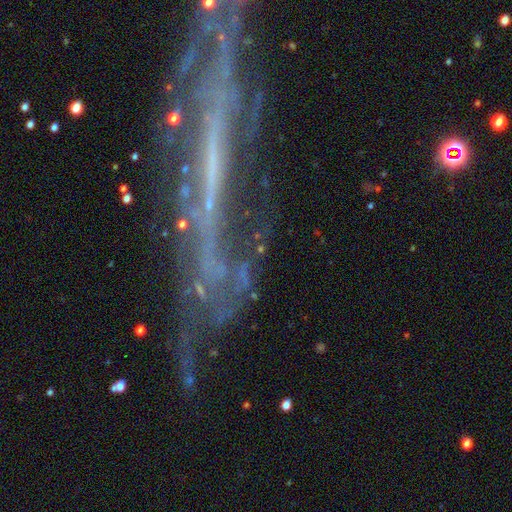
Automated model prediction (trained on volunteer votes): This is likely a featured or disk galaxy (75%). It is possibly not viewed edge-on (57%). Merging: possibly none (54%).